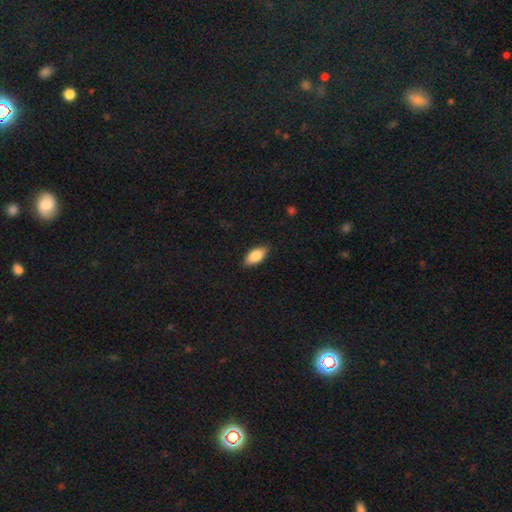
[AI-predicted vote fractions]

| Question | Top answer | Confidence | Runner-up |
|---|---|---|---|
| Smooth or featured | smooth | 84% | featured or disk (10%) |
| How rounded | in between | 90% | cigar-shaped (7%) |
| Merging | none | 87% | minor disturbance (10%) |